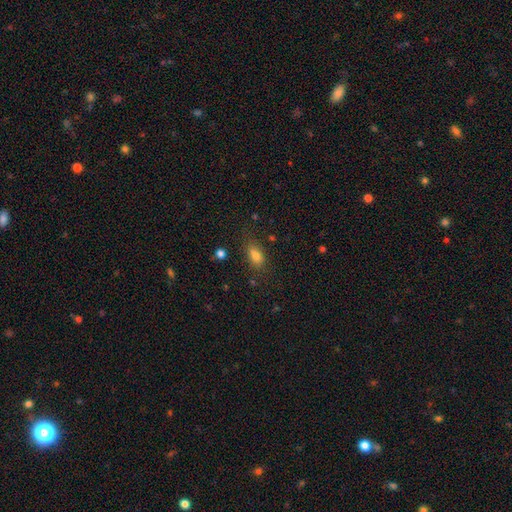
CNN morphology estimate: smooth 79%, star or artifact 12%, featured or disk 8%. Down the decision tree: how rounded — in between (82%); merging — none (73%).